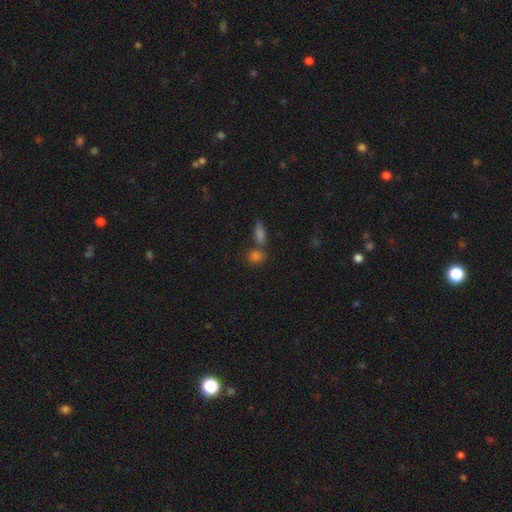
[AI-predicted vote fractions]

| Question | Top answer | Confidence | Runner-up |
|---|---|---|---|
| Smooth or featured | smooth | 76% | star or artifact (17%) |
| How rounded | in between | 65% | round (29%) |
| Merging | none | 47% | merger (40%) |